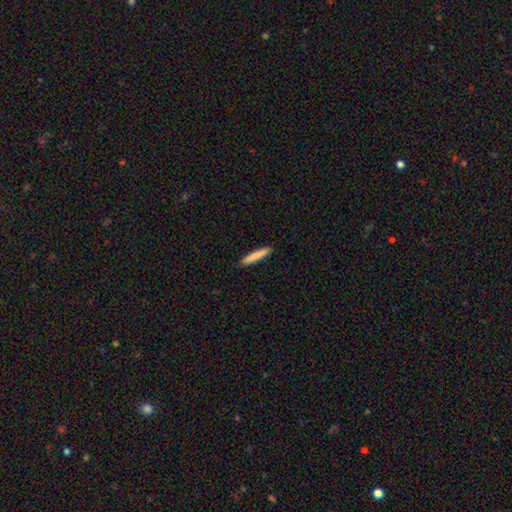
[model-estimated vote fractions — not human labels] The model was most divided on "smooth or featured": smooth: 82%, featured or disk: 13%, star or artifact: 6%. More confident: how rounded — cigar-shaped (93%); merging — none (90%).